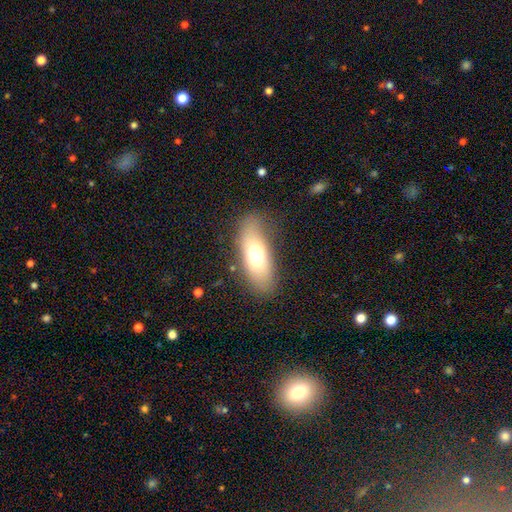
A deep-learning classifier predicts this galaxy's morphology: Smooth or featured? smooth (69%)
How rounded? in between (74%)
Merging? none (78%)